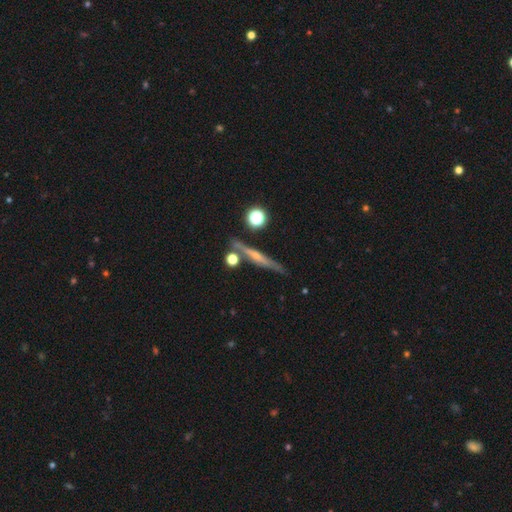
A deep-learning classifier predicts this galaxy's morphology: Smooth or featured? featured or disk (61%)
Edge-on disk? yes (94%)
Edge-on bulge? rounded (49%)
Merging? none (79%)